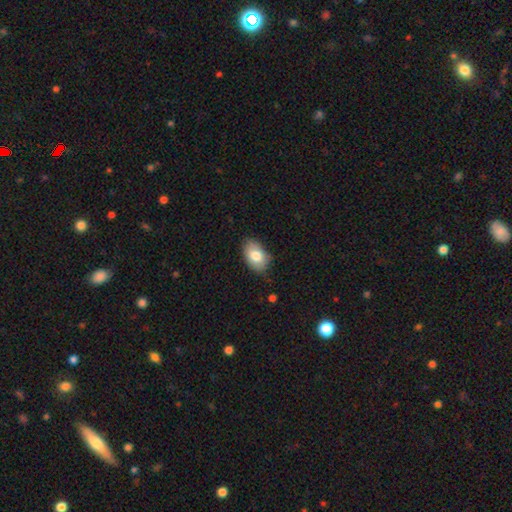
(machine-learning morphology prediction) smooth-or-featured: smooth: 80% | featured or disk: 13% | star or artifact: 7%
  how-rounded: in between: 90% | round: 9% | cigar-shaped: 1%
  merging: none: 81% | minor disturbance: 15% | major disturbance: 3% | merger: 1%